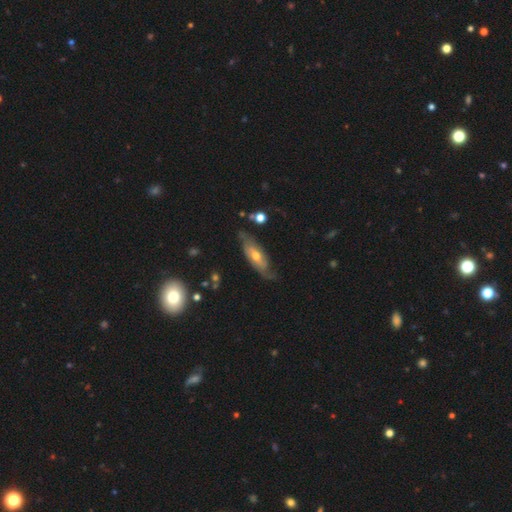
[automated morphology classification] The model was most divided on "smooth or featured": featured or disk: 68%, smooth: 26%, star or artifact: 6%. More confident: edge-on disk — no (73%); merging — none (66%).